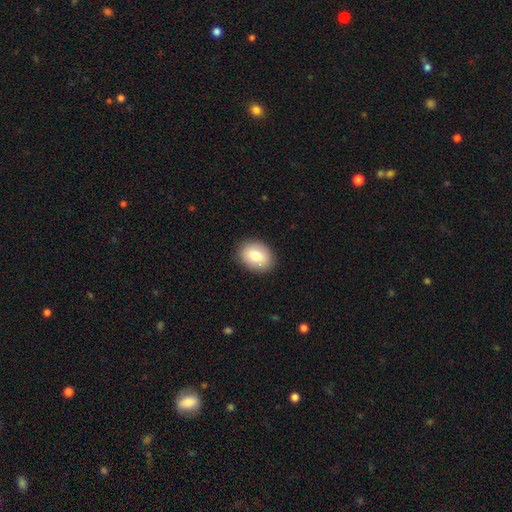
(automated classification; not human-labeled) Smooth or featured?
  - smooth: 79% *
  - featured or disk: 14%
  - star or artifact: 8%
How rounded?
  - in between: 67% *
  - round: 32%
  - cigar-shaped: 1%
Merging?
  - none: 89% *
  - minor disturbance: 8%
  - major disturbance: 2%
  - merger: 1%